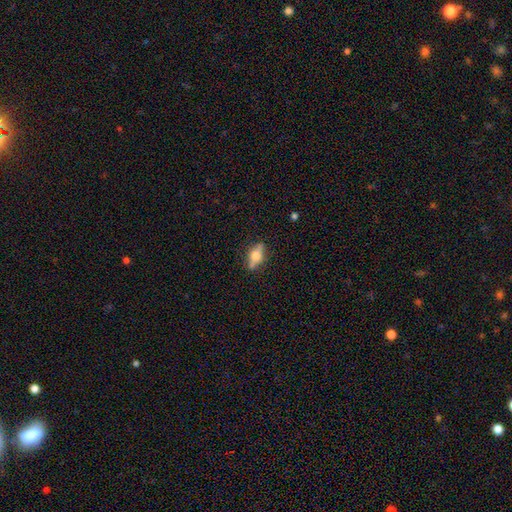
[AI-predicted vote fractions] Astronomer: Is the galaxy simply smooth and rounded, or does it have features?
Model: featured or disk — 51% (runner-up: smooth, 41%).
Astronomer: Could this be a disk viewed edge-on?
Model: yes — 89%.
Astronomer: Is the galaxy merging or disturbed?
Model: none — 83%.